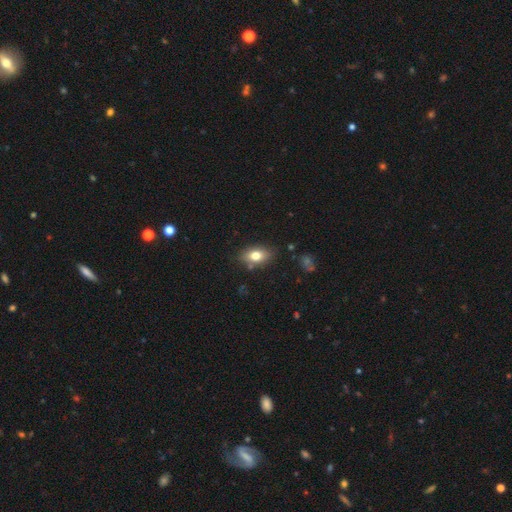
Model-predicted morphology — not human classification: This appears to be a smooth galaxy with no disk features (77%) that is in between round and cigar-shaped (85%). Merging: none (79%).